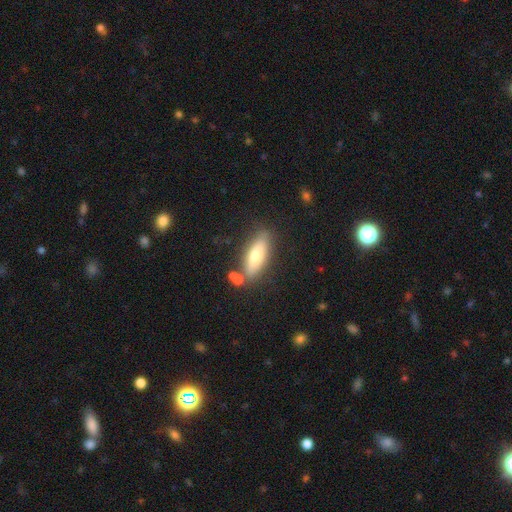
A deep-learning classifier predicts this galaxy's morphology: Q: Smooth or featured?
A: smooth (69%); runner-up: featured or disk (24%)
Q: How rounded?
A: in between (54%); runner-up: cigar-shaped (44%)
Q: Merging?
A: none (76%); runner-up: minor disturbance (14%)